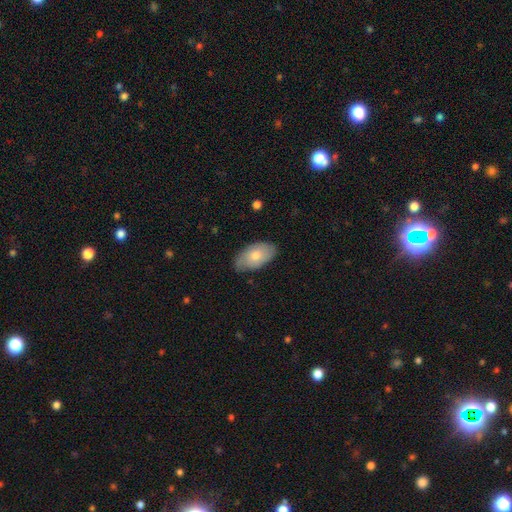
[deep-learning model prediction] smooth_or_featured: smooth (p=0.66) [alt: featured or disk p=0.28]
how_rounded: in between (p=0.94) [alt: round p=0.04]
merging: none (p=0.71) [alt: minor disturbance p=0.23]